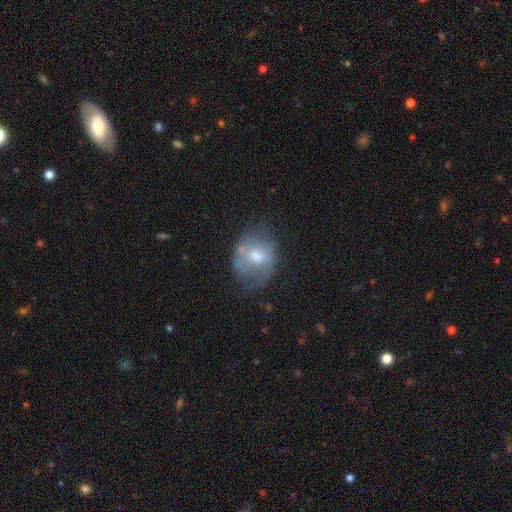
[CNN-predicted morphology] This is possibly a featured or disk galaxy (50%). Merging: possibly none (47%).